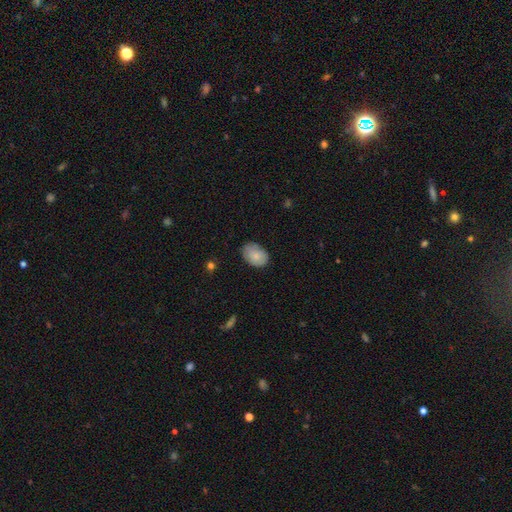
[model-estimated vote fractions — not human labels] This is clearly a smooth galaxy (82%). How rounded: clearly in between (82%). Merging: likely none (76%).